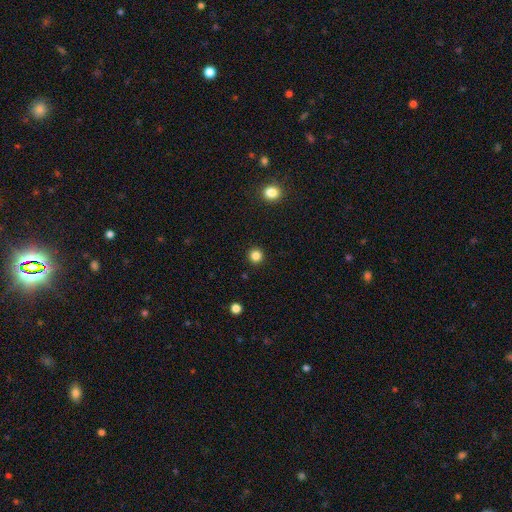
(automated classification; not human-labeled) Overall: smooth (84%). How rounded: round (94%). Merging: none (92%).